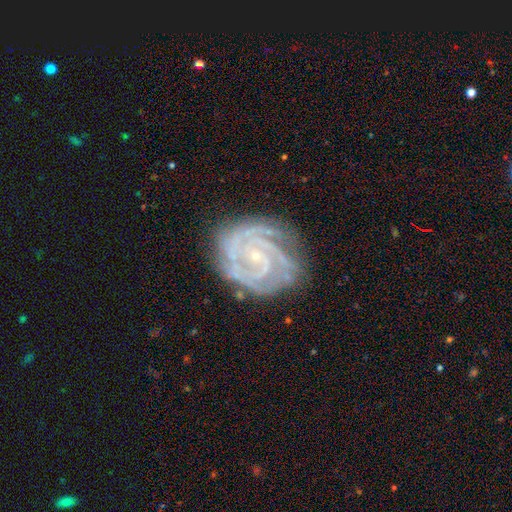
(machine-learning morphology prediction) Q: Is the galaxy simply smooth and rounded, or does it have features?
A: featured or disk — 90%.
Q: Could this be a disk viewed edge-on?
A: no — 98%.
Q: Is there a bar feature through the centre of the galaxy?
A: no — 62%.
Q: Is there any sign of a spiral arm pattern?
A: yes — 98%.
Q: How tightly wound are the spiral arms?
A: tight — 77%.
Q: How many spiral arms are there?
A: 3 — 32%.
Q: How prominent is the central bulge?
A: small — 84%.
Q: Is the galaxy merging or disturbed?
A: none — 75%.